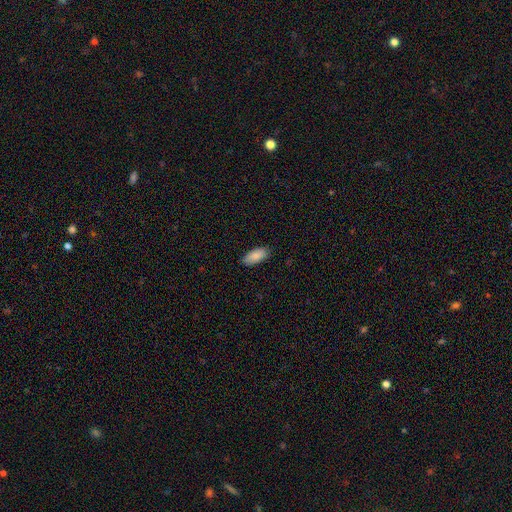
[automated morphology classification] Q: Smooth or featured?
A: smooth (87%); runner-up: featured or disk (7%)
Q: How rounded?
A: in between (89%); runner-up: cigar-shaped (9%)
Q: Merging?
A: none (86%); runner-up: minor disturbance (11%)